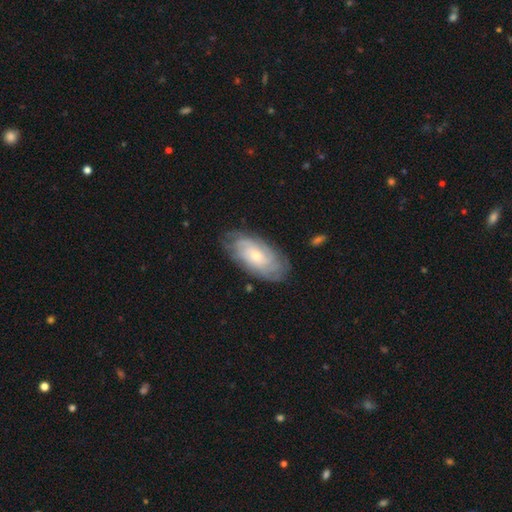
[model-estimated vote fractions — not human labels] Morphology: type=featured or disk (72%); edge-on=no (93%); bar=no (76%); spiral arms=yes (91%); winding=tight (71%); arm count=can't tell (53%); bulge=small (62%); merging=none (77%).